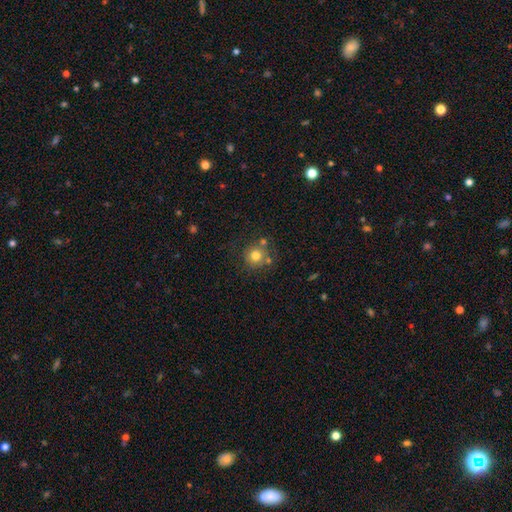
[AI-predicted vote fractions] A smooth galaxy with no disk features (76%) that is round (92%).

Vote fractions:
- Smooth or featured? smooth: 76% / star or artifact: 12% / featured or disk: 11%
- How rounded? round: 92% / in between: 7% / cigar-shaped: 1%
- Merging? none: 68% / merger: 14% / minor disturbance: 12% / major disturbance: 5%